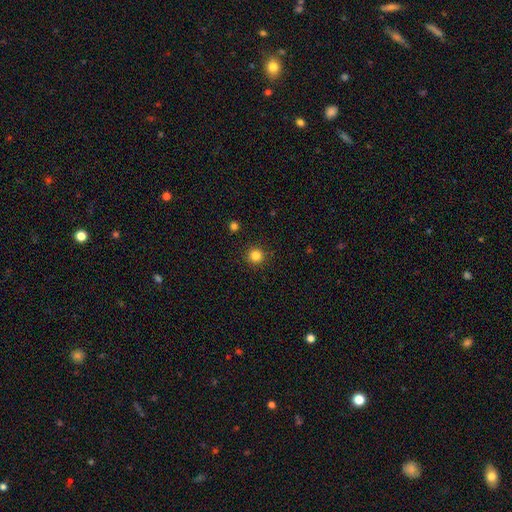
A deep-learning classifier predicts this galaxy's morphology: This is clearly a smooth galaxy (83%). How rounded: clearly round (95%). Merging: clearly none (91%).